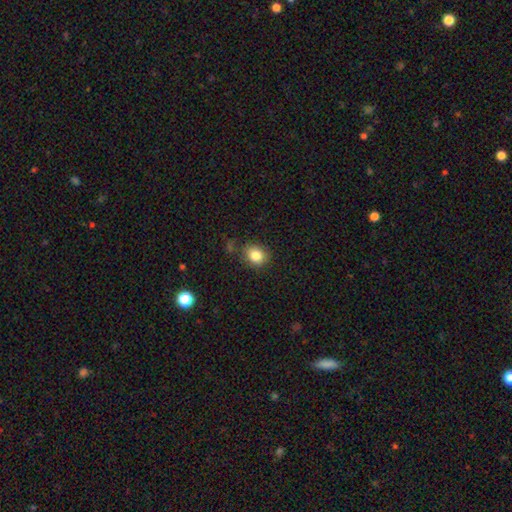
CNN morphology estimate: Overall: smooth (84%). How rounded: round (69%; in between 30%). Merging: none (81%).